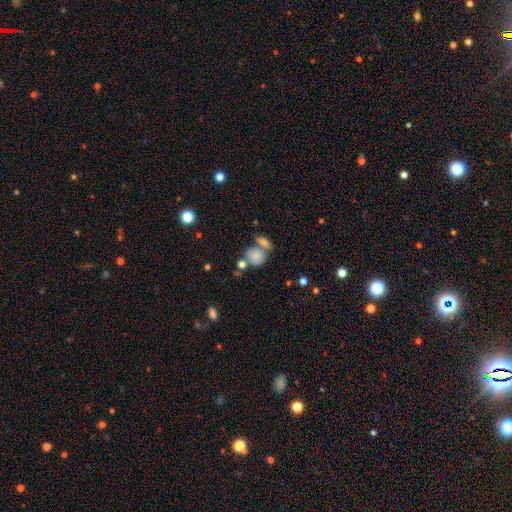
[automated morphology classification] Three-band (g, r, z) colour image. It shows a smooth galaxy with no disk features (78%) that is round (68%). Merging: none (40%, tied with merger).